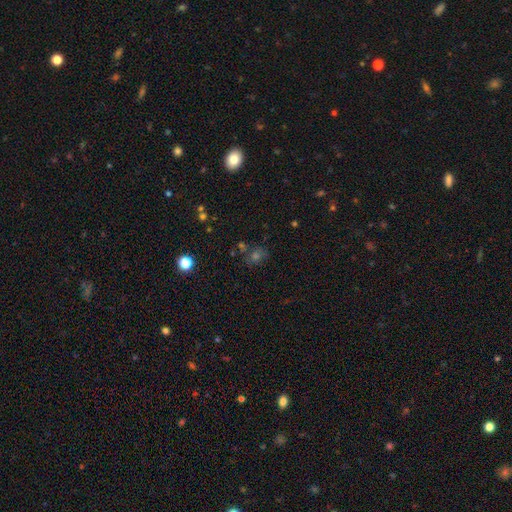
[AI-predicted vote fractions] A smooth galaxy with no disk features (45%). Merging: none (70%).